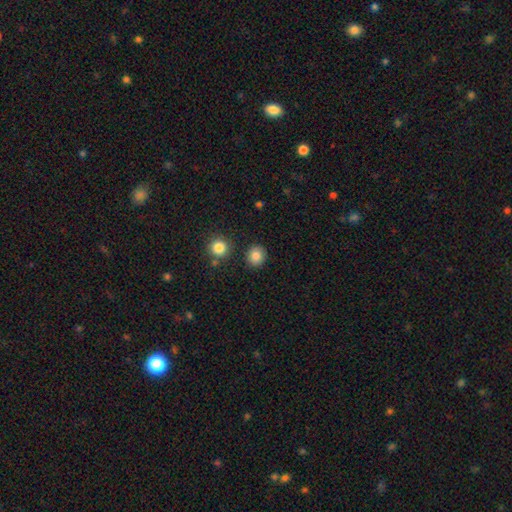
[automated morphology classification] Smooth or featured? Predicted: smooth (p=0.85). How rounded? Predicted: round (p=0.86). Merging? Predicted: none (p=0.88).